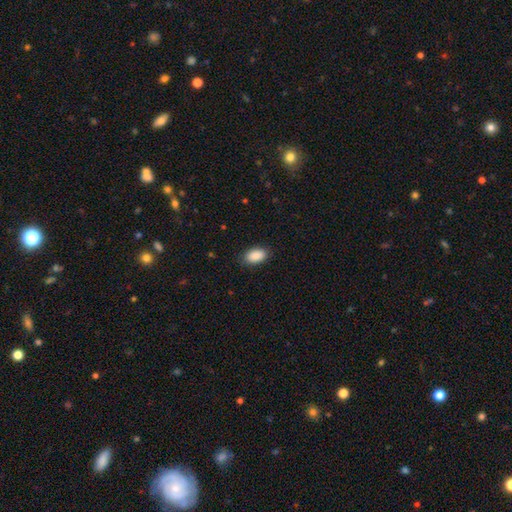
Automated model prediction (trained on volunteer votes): Smooth or featured?
  - smooth: 90% *
  - star or artifact: 7%
  - featured or disk: 3%
How rounded?
  - in between: 93% *
  - round: 5%
  - cigar-shaped: 2%
Merging?
  - none: 85% *
  - minor disturbance: 11%
  - major disturbance: 3%
  - merger: 1%